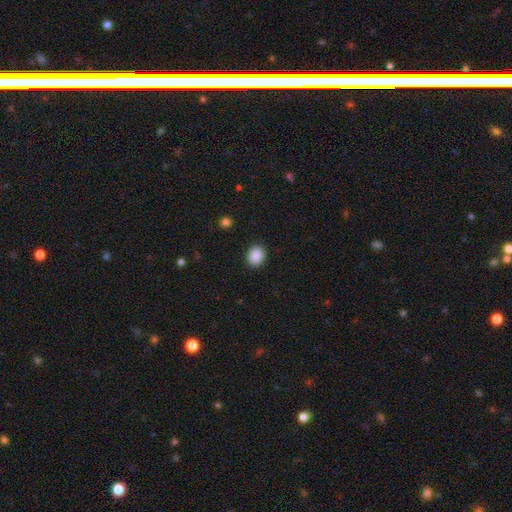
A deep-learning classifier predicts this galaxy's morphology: smooth_or_featured: smooth (p=0.89) [alt: star or artifact p=0.08]
how_rounded: round (p=0.54) [alt: in between p=0.45]
merging: none (p=0.90) [alt: minor disturbance p=0.07]